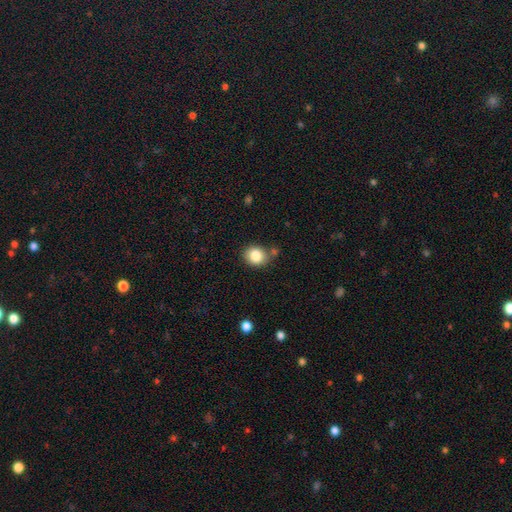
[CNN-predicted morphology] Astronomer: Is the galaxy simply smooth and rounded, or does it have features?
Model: smooth — 84%.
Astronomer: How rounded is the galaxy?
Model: round — 70%.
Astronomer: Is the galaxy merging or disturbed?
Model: none — 75%.